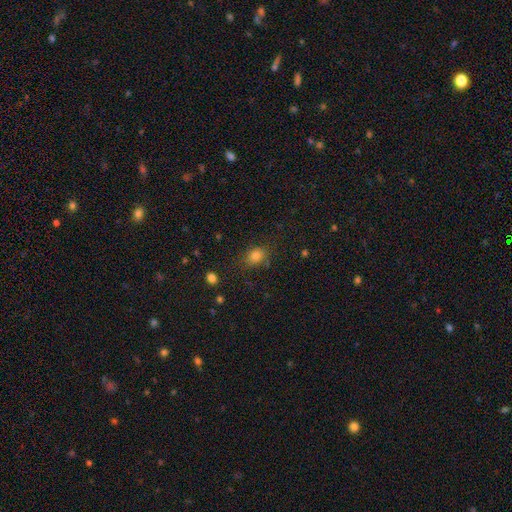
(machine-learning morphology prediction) Smooth or featured: smooth — 80% (star or artifact — 14%)
How rounded: in between — 53% (round — 45%)
Merging: none — 74% (minor disturbance — 18%)